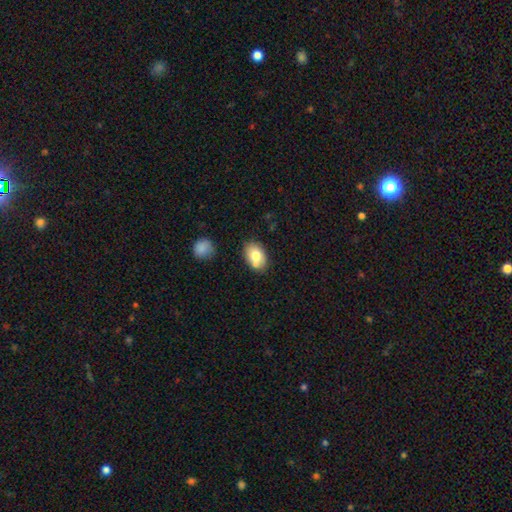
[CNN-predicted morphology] smooth_or_featured: smooth (p=0.77) [alt: featured or disk p=0.15]
how_rounded: in between (p=0.80) [alt: round p=0.18]
merging: none (p=0.71) [alt: minor disturbance p=0.16]